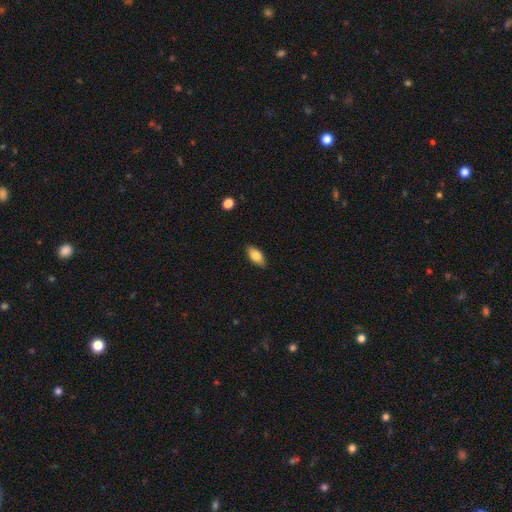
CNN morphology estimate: This is clearly a smooth galaxy (80%). How rounded: clearly in between (89%). Merging: clearly none (87%).